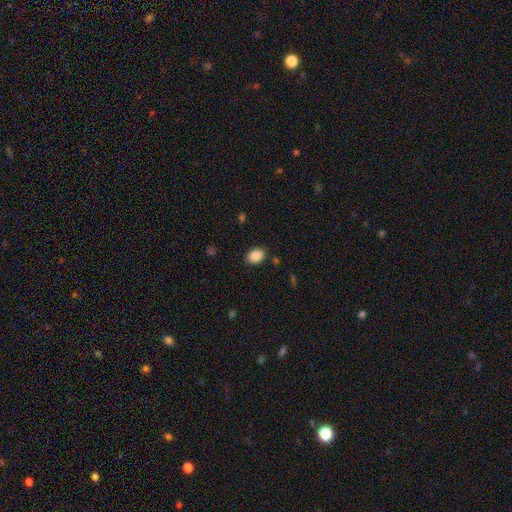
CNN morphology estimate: Smooth or featured? smooth (88%)
How rounded? in between (74%)
Merging? none (87%)